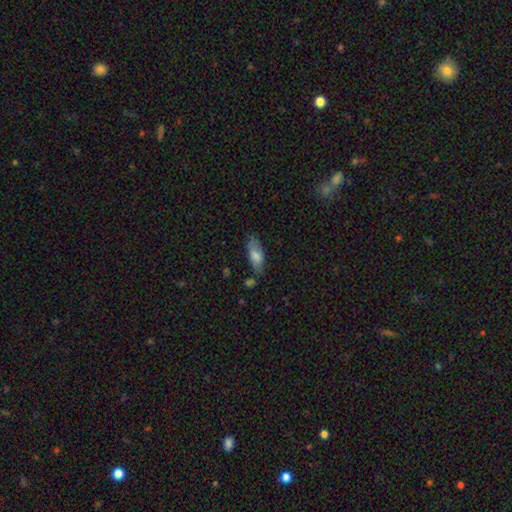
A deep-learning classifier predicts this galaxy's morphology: Smooth or featured? smooth (74%)
How rounded? in between (77%)
Merging? none (63%)